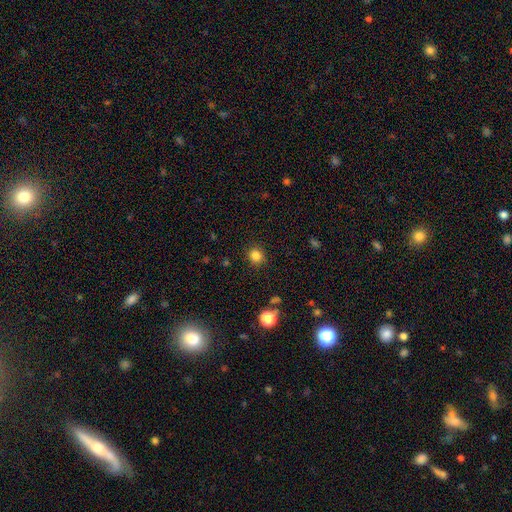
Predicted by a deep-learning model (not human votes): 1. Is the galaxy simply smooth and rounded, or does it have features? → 83% smooth, 13% star or artifact, 5% featured or disk.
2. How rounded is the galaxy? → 86% round, 13% in between, 1% cigar-shaped.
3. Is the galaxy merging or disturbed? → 89% none, 7% minor disturbance, 2% major disturbance, 1% merger.